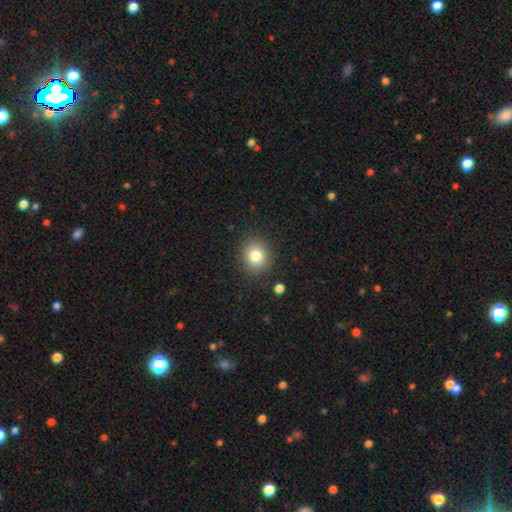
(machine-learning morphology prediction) This appears to be a smooth galaxy with no disk features (80%) that is round (74%). Merging: none (88%).